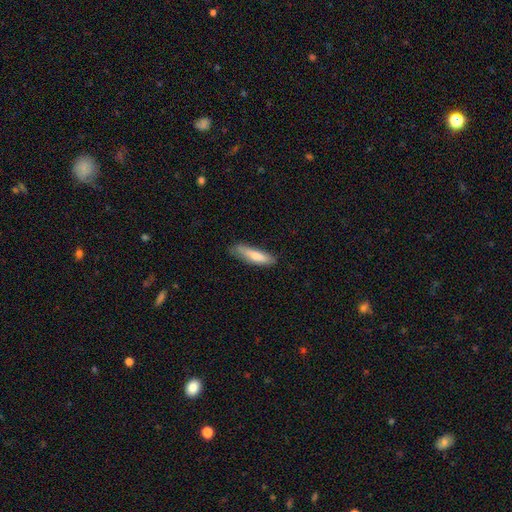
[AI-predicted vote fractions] Smooth or featured: smooth — 71% (featured or disk — 23%)
How rounded: cigar-shaped — 71% (in between — 28%)
Merging: none — 71% (minor disturbance — 23%)